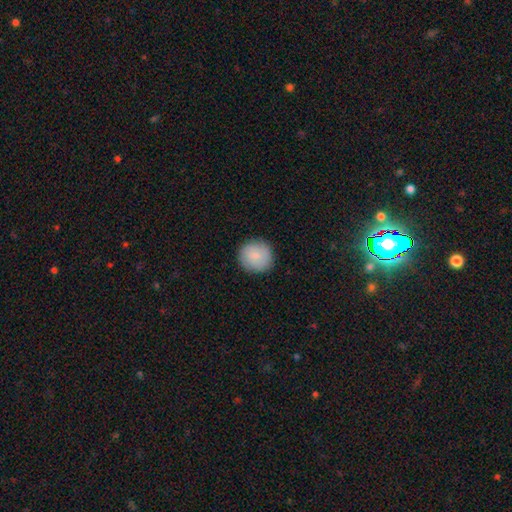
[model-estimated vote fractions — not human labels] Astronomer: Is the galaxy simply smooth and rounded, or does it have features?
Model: smooth — 85%.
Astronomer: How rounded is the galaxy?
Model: round — 92%.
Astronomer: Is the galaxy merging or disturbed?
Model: none — 89%.